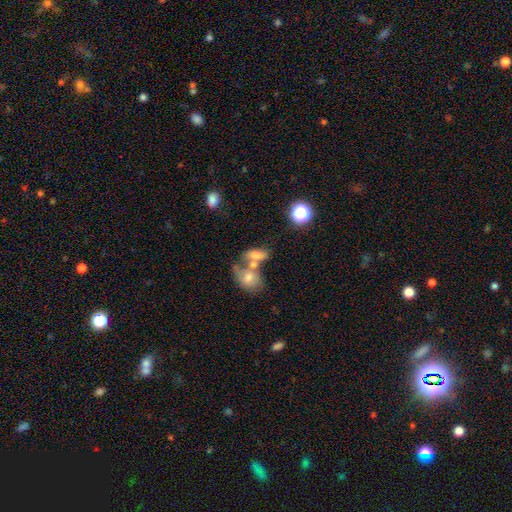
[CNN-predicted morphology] This is likely a smooth galaxy (66%). How rounded: likely in between (76%). Merging: possibly merger (54%).